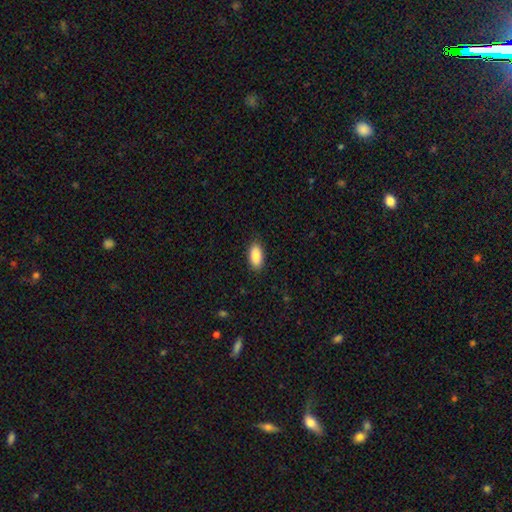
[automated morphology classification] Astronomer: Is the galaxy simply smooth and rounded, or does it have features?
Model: smooth — 89%.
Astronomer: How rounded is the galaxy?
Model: in between — 91%.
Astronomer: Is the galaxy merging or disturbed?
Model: none — 88%.